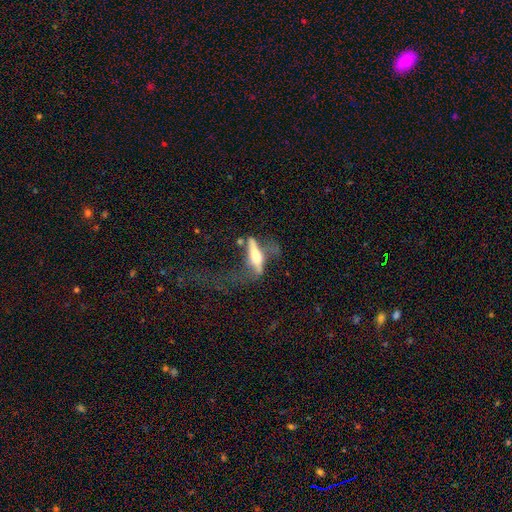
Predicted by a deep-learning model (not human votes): This is possibly a featured or disk galaxy (54%). It is likely viewed edge-on (72%). Merging: marginally major disturbance (43%).